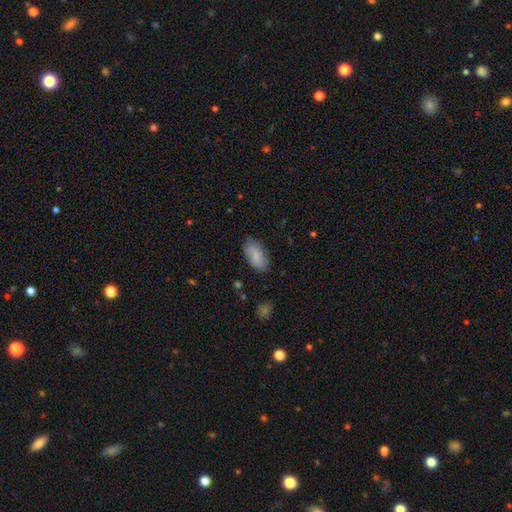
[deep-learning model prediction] smooth_or_featured: smooth (p=0.84) [alt: featured or disk p=0.10]
how_rounded: in between (p=0.92) [alt: cigar-shaped p=0.05]
merging: none (p=0.80) [alt: minor disturbance p=0.16]